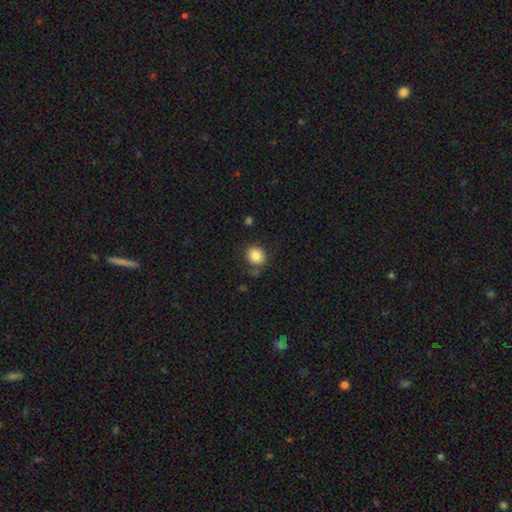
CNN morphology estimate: Overall: smooth (84%). How rounded: round (72%). Merging: none (76%).